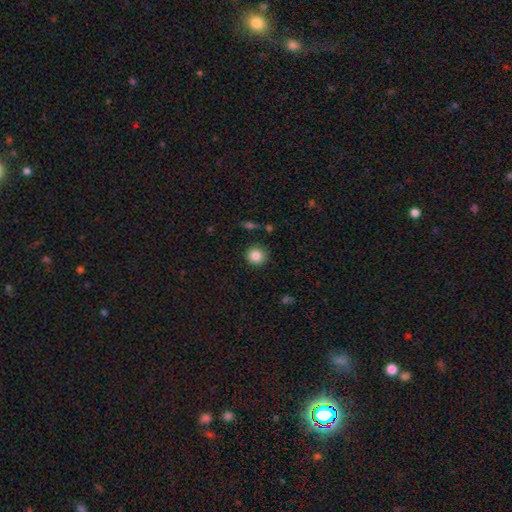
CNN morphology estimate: Q: Smooth or featured?
A: smooth (85%); runner-up: star or artifact (10%)
Q: How rounded?
A: round (93%); runner-up: in between (6%)
Q: Merging?
A: none (89%); runner-up: minor disturbance (7%)